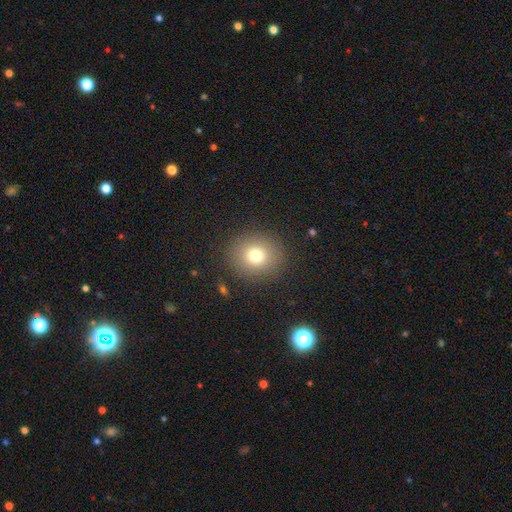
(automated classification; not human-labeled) A smooth galaxy with no disk features (76%) that is round (85%). Merging: none (88%).